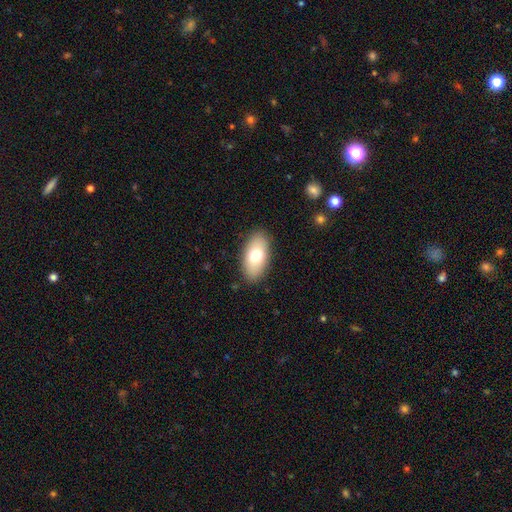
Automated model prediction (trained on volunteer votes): A smooth galaxy with no disk features (72%) that is in between round and cigar-shaped (92%). Merging: none (86%).